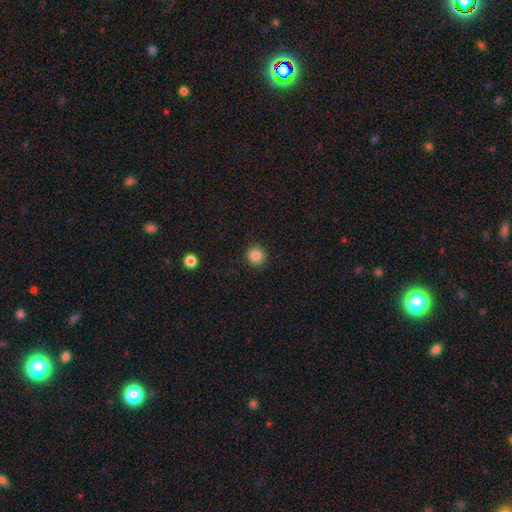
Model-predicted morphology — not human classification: smooth 87%, star or artifact 10%, featured or disk 3%. Down the decision tree: how rounded — round (92%); merging — none (90%).